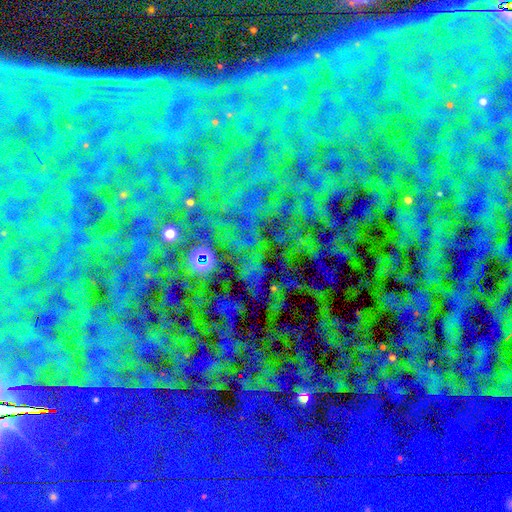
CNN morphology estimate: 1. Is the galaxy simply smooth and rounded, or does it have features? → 84% star or artifact, 9% smooth, 7% featured or disk.